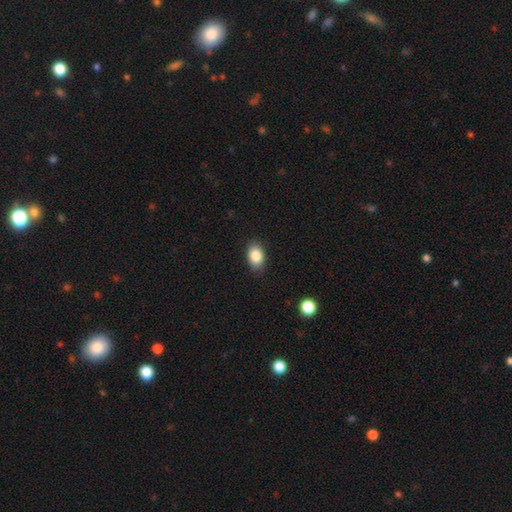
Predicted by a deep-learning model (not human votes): The model was most divided on "how rounded": in between: 87%, round: 12%, cigar-shaped: 1%. More confident: merging — none (87%); smooth or featured — smooth (86%).